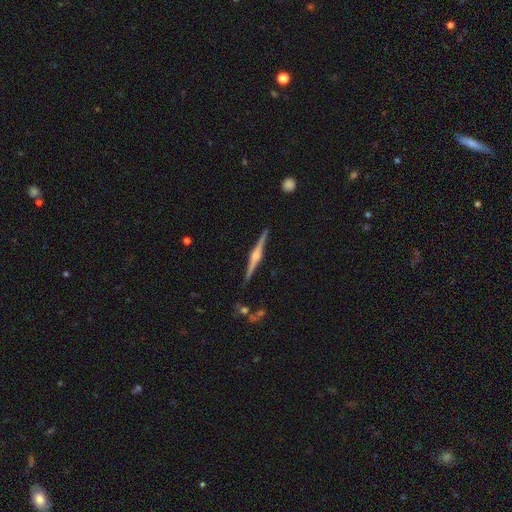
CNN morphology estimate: A featured or disk galaxy (86%) viewed edge-on (99%) with a rounded central bulge (91%). Merging: none (91%).